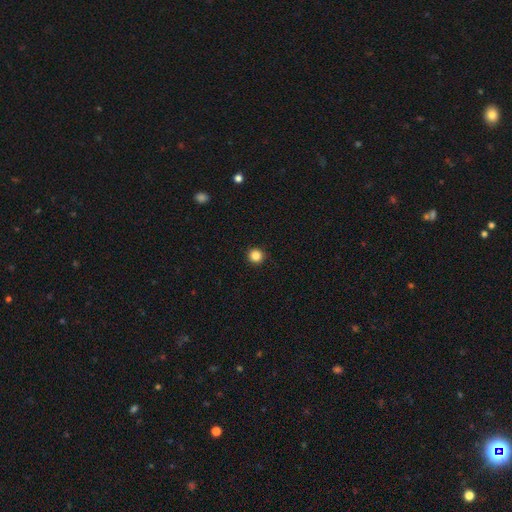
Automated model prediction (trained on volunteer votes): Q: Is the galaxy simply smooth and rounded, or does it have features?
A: smooth — 85%.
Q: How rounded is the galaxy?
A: round — 94%.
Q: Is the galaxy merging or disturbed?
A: none — 93%.